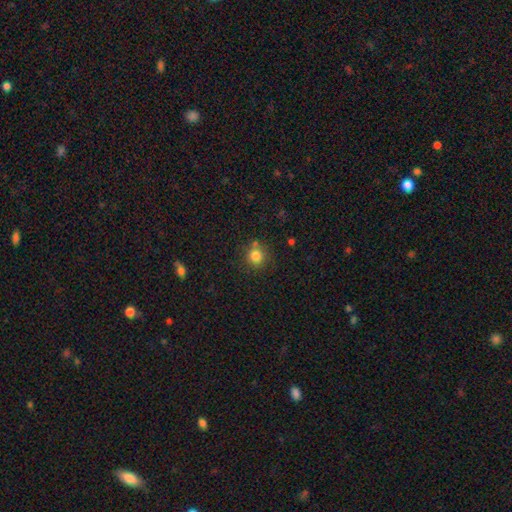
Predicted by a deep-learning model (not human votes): smooth 81%, star or artifact 12%, featured or disk 6%. Down the decision tree: how rounded — round (89%); merging — none (75%).